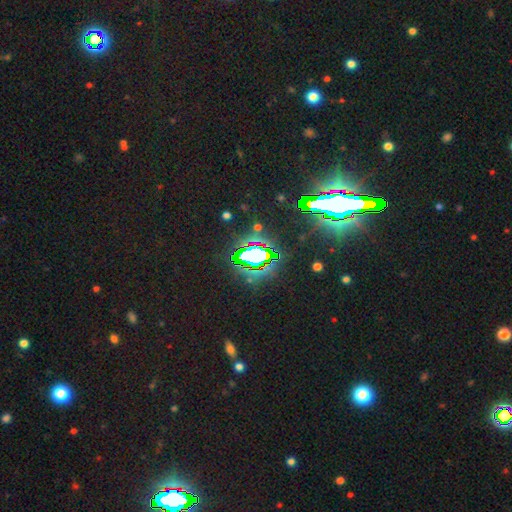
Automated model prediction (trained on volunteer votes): Smooth or featured?
  - star or artifact: 72% *
  - smooth: 17%
  - featured or disk: 11%